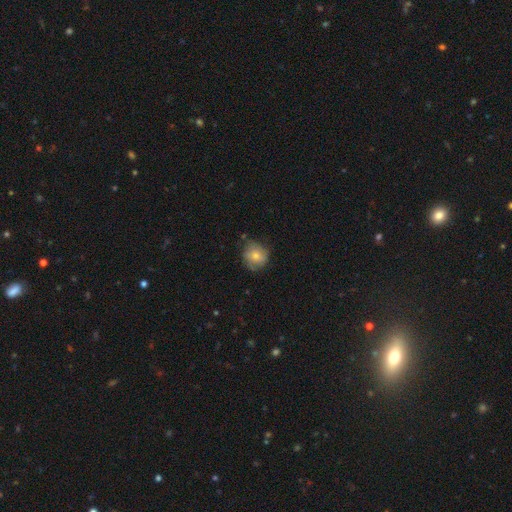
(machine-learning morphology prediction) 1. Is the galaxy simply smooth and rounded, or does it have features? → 69% smooth, 23% featured or disk, 8% star or artifact.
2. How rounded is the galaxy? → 83% round, 16% in between, 1% cigar-shaped.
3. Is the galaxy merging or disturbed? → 64% none, 26% minor disturbance, 8% major disturbance, 2% merger.